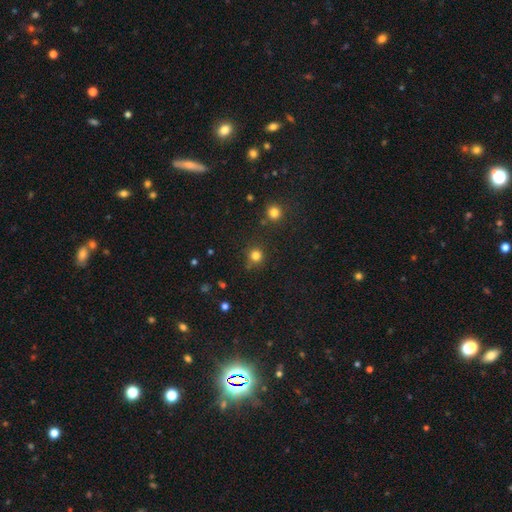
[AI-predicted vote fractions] This is likely a smooth galaxy (79%). How rounded: clearly round (92%). Merging: clearly none (81%).